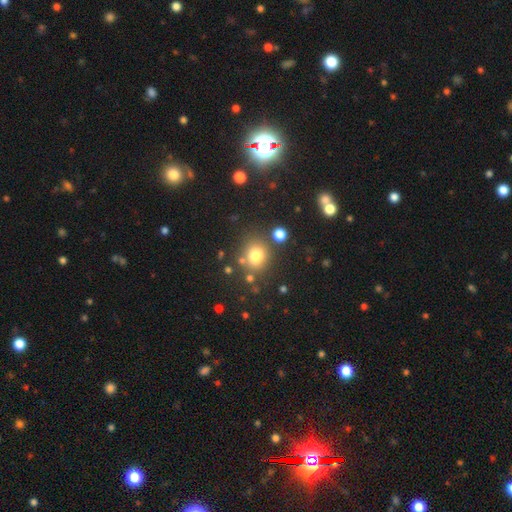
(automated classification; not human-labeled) This appears to be a smooth galaxy with no disk features (77%) that is round (77%). Merging: none (75%).